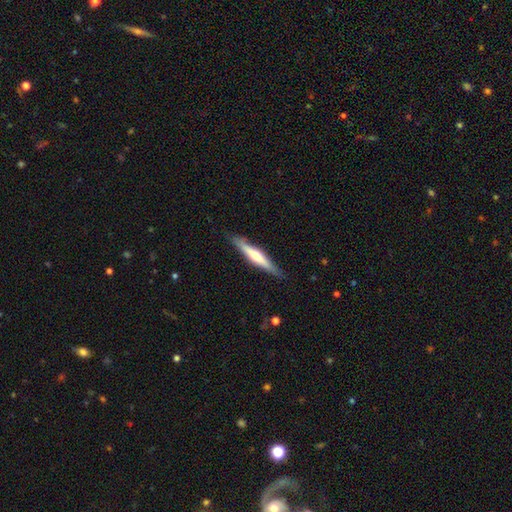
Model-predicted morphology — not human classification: Smooth or featured?
  - featured or disk: 57% *
  - smooth: 38%
  - star or artifact: 5%
Edge-on disk?
  - yes: 96% *
  - no: 4%
Edge-on bulge?
  - rounded: 73% *
  - none: 15%
  - boxy: 12%
Merging?
  - none: 86% *
  - minor disturbance: 11%
  - major disturbance: 2%
  - merger: 1%